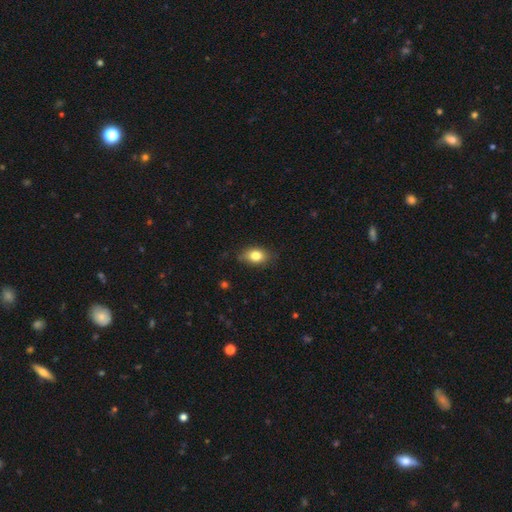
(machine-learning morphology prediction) A smooth galaxy with no disk features (81%) that is in between round and cigar-shaped (80%).

Vote fractions:
- Smooth or featured? smooth: 81% / featured or disk: 11% / star or artifact: 9%
- How rounded? in between: 80% / round: 18% / cigar-shaped: 2%
- Merging? none: 78% / minor disturbance: 18% / major disturbance: 3% / merger: 1%